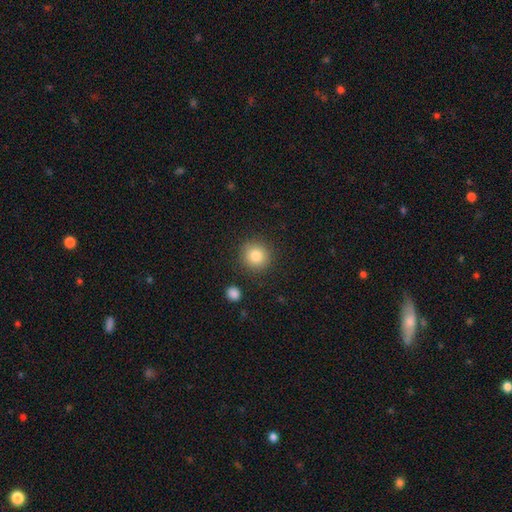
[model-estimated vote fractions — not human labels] A smooth galaxy with no disk features (83%) that is round (92%). Merging: none (89%).